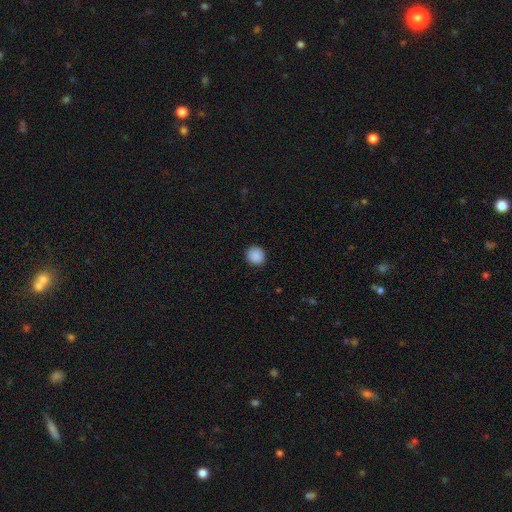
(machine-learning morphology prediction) smooth-or-featured: smooth: 89% | star or artifact: 8% | featured or disk: 2%
  how-rounded: round: 89% | in between: 10% | cigar-shaped: 1%
  merging: none: 90% | minor disturbance: 7% | major disturbance: 2% | merger: 1%